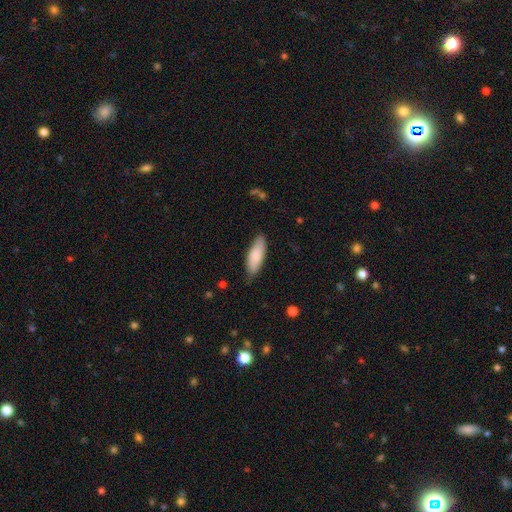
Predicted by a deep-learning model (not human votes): smooth_or_featured: smooth (p=0.84) [alt: featured or disk p=0.11]
how_rounded: in between (p=0.60) [alt: cigar-shaped p=0.38]
merging: none (p=0.77) [alt: minor disturbance p=0.19]